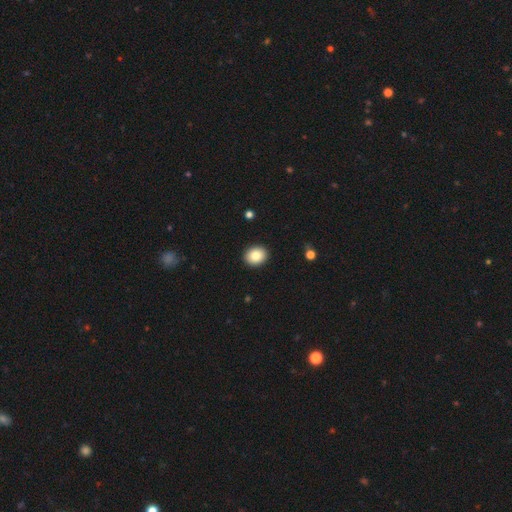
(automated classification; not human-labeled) smooth_or_featured: smooth (p=0.85) [alt: star or artifact p=0.09]
how_rounded: round (p=0.63) [alt: in between p=0.36]
merging: none (p=0.92) [alt: minor disturbance p=0.05]